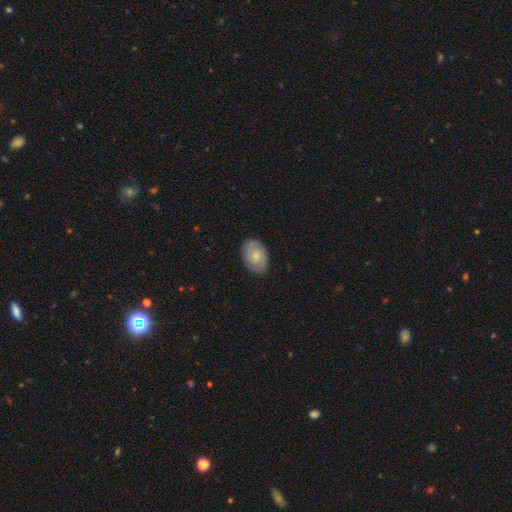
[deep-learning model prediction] The model was most divided on "smooth or featured": smooth: 47%, featured or disk: 46%, star or artifact: 7%. More confident: merging — none (84%).